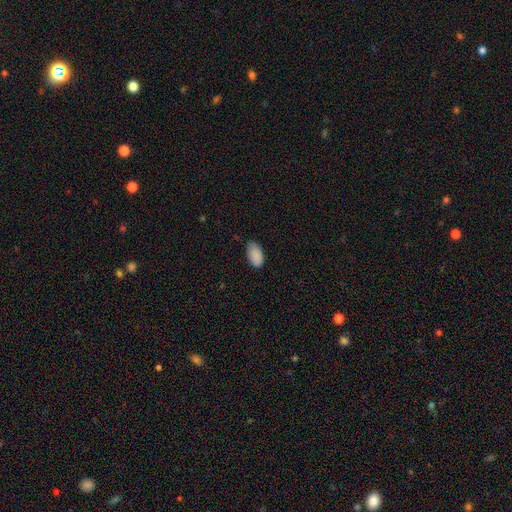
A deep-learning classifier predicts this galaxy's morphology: Smooth or featured: smooth — 90% (star or artifact — 7%)
How rounded: in between — 95% (round — 3%)
Merging: none — 75% (minor disturbance — 21%)